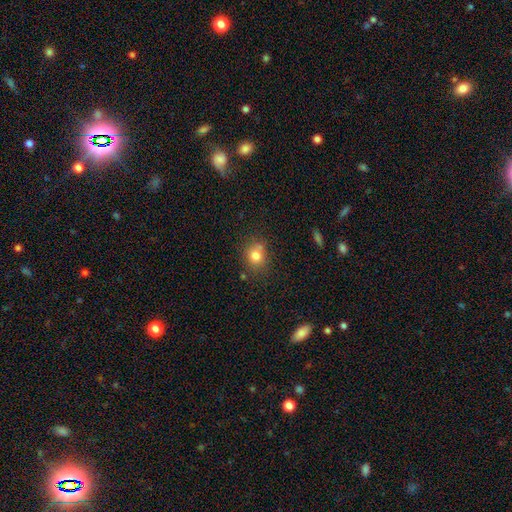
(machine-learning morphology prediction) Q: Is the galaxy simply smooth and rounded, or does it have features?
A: smooth — 79%.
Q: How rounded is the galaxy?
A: round — 75%.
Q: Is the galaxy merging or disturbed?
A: none — 66%.